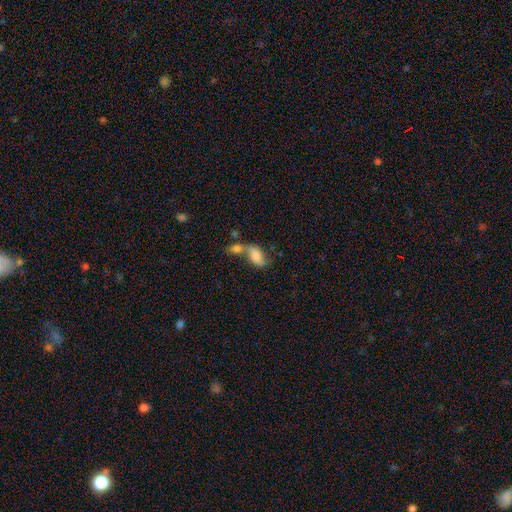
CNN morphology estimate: type=smooth (59%); roundness=in between (88%); merging=merger (55%).